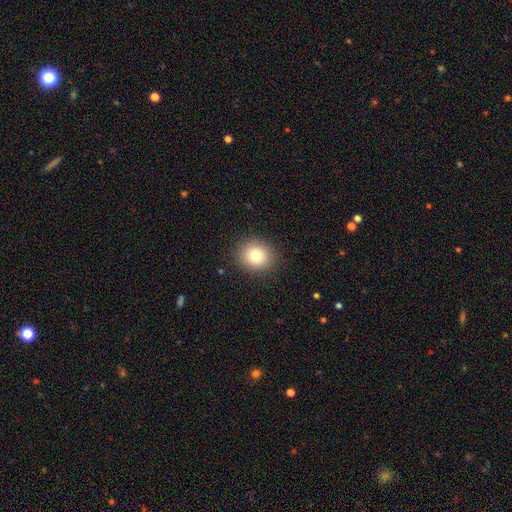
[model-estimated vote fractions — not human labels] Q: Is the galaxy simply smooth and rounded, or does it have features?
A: smooth — 80%.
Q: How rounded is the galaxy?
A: round — 75%.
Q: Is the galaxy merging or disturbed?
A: none — 89%.